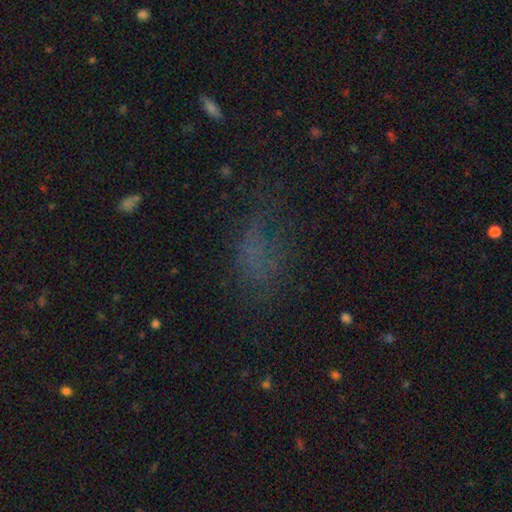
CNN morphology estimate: Overall: smooth (51%; star or artifact 29%). How rounded: in between (79%). Merging: none (46%; major disturbance 30%).